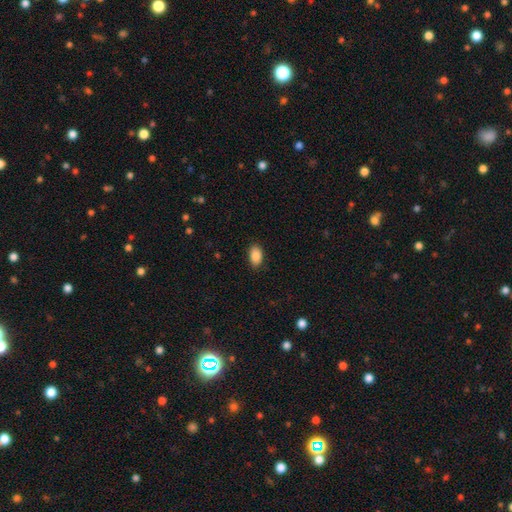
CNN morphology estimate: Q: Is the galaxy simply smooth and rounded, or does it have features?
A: smooth — 88%.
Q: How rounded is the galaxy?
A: in between — 92%.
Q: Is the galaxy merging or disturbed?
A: none — 87%.